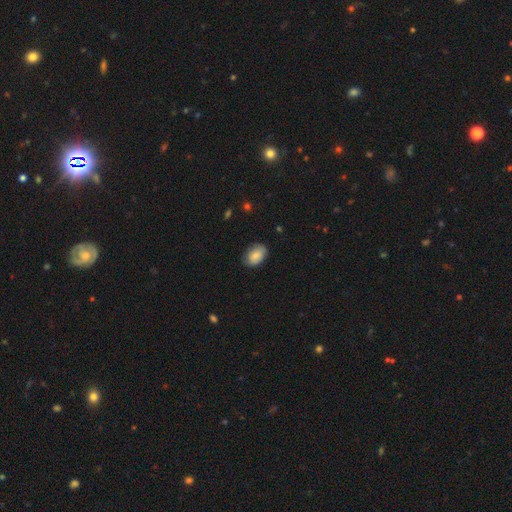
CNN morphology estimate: A smooth galaxy with no disk features (77%) that is in between round and cigar-shaped (84%).

Vote fractions:
- Smooth or featured? smooth: 77% / featured or disk: 16% / star or artifact: 7%
- How rounded? in between: 84% / round: 15% / cigar-shaped: 1%
- Merging? none: 72% / minor disturbance: 23% / major disturbance: 4% / merger: 1%